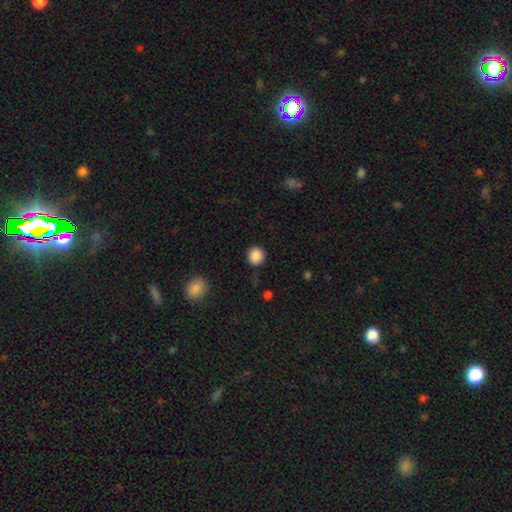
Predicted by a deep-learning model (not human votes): Smooth or featured? smooth (88%)
How rounded? round (86%)
Merging? none (86%)